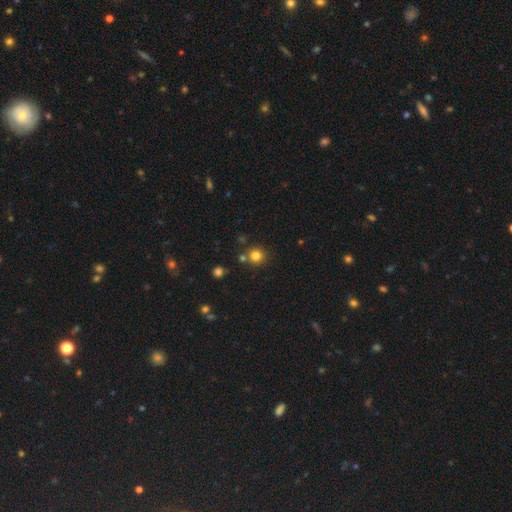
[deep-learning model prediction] A smooth galaxy with no disk features (81%) that is round (94%). Merging: none (80%).